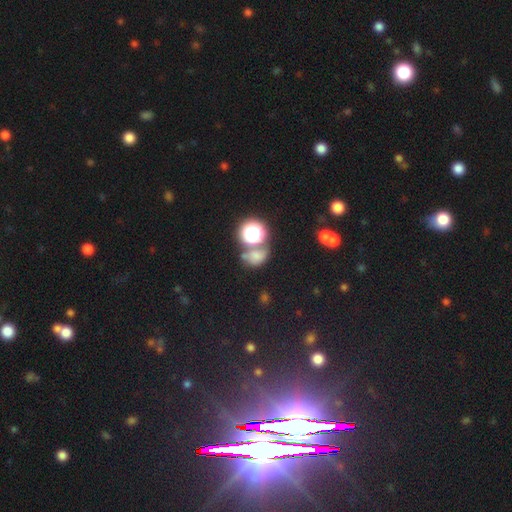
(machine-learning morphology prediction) Smooth or featured?
  - smooth: 60% *
  - star or artifact: 28%
  - featured or disk: 12%
How rounded?
  - round: 54% *
  - in between: 45%
  - cigar-shaped: 2%
Merging?
  - none: 44% *
  - merger: 31%
  - minor disturbance: 15%
  - major disturbance: 10%